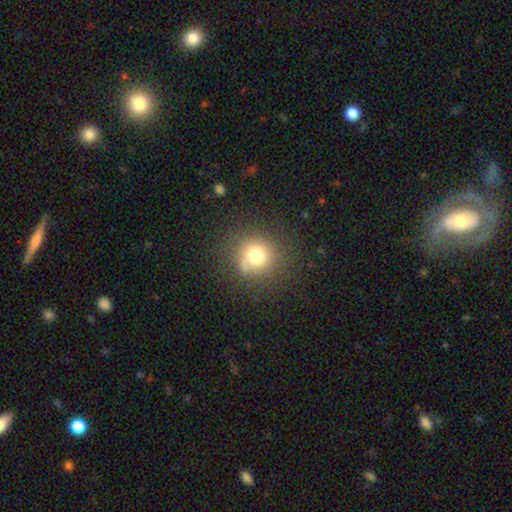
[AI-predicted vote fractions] This is likely a smooth galaxy (71%). How rounded: clearly round (91%). Merging: likely none (78%).